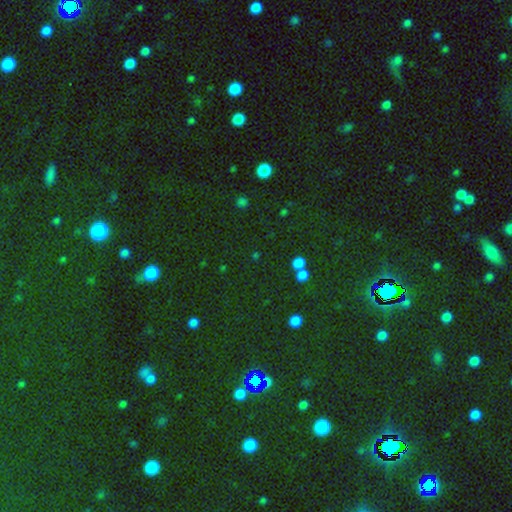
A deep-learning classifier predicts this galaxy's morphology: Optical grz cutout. It shows a star or artifact, not a galaxy (57%).